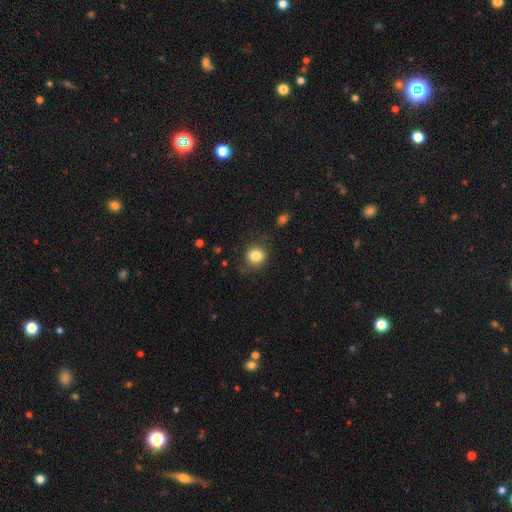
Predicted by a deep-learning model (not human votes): smooth-or-featured: smooth: 83% | star or artifact: 10% | featured or disk: 8%
  how-rounded: round: 78% | in between: 21% | cigar-shaped: 1%
  merging: none: 73% | minor disturbance: 18% | major disturbance: 7% | merger: 2%